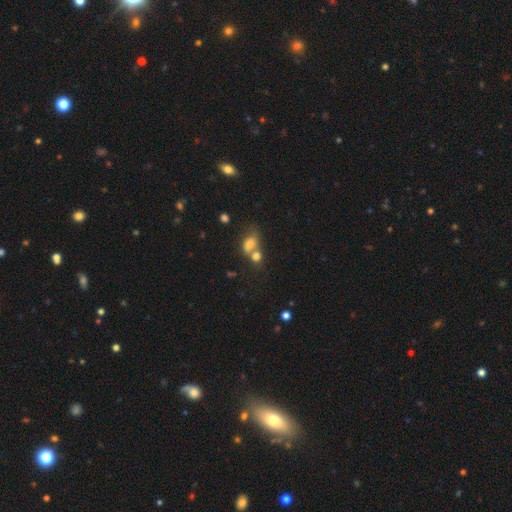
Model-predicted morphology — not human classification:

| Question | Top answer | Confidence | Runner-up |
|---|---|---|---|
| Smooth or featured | smooth | 61% | star or artifact (20%) |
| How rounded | in between | 61% | round (34%) |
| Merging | merger | 52% | none (32%) |